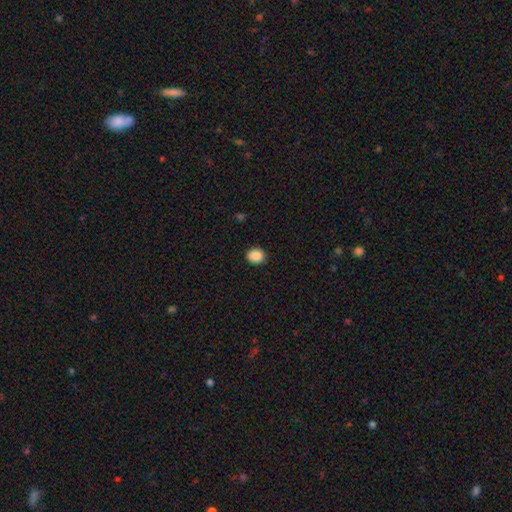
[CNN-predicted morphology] This appears to be a smooth galaxy with no disk features (89%) that is round (61%). Merging: none (89%).